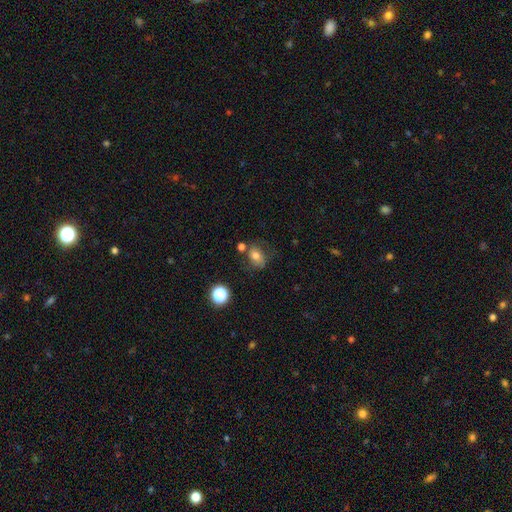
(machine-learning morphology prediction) smooth-or-featured: smooth: 68% | featured or disk: 18% | star or artifact: 14%
  how-rounded: in between: 57% | round: 42% | cigar-shaped: 1%
  merging: none: 54% | minor disturbance: 23% | merger: 12% | major disturbance: 11%